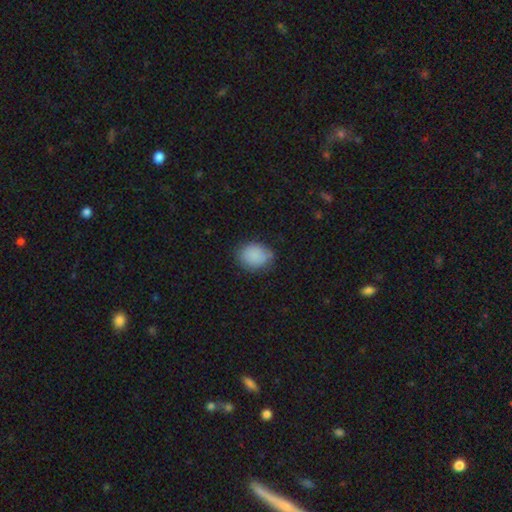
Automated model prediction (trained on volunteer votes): Smooth or featured? smooth (86%)
How rounded? round (53%)
Merging? none (74%)